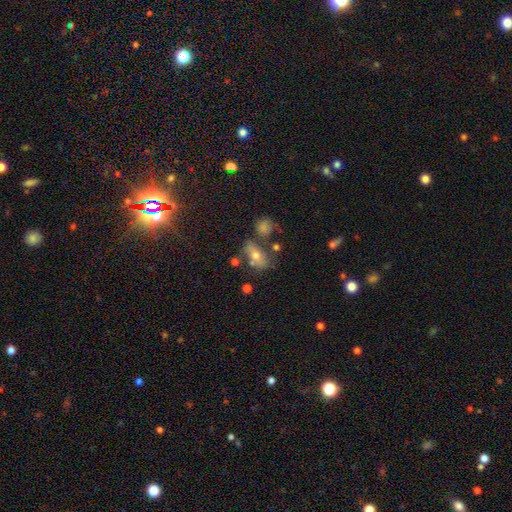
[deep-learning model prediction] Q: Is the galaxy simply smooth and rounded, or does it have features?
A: smooth — 53%.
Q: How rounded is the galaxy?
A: in between — 76%.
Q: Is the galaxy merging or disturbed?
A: none — 50%.